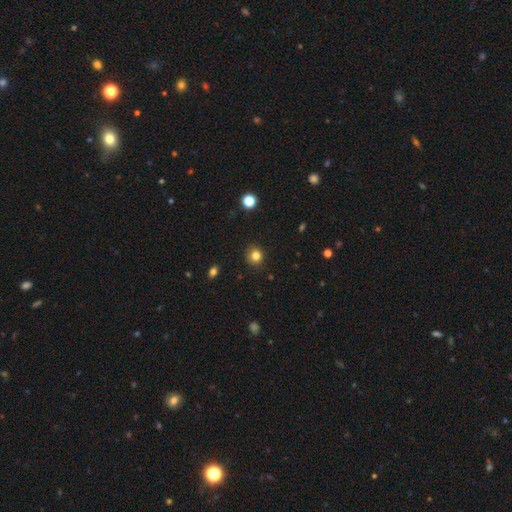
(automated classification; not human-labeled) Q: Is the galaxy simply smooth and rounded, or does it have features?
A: smooth — 82%.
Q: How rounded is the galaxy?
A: round — 87%.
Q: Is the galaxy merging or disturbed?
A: none — 89%.